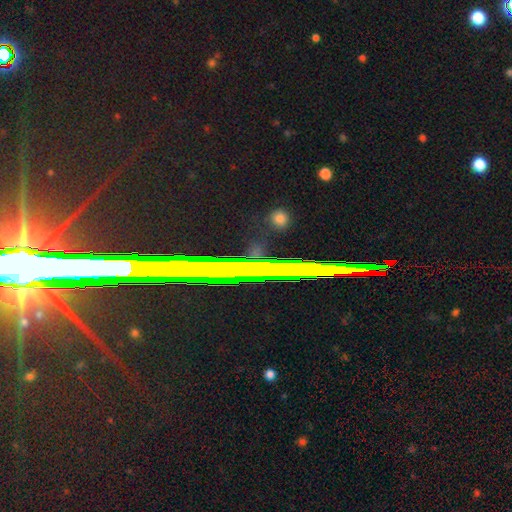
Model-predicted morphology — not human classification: Smooth or featured: star or artifact — 69% (smooth — 17%)